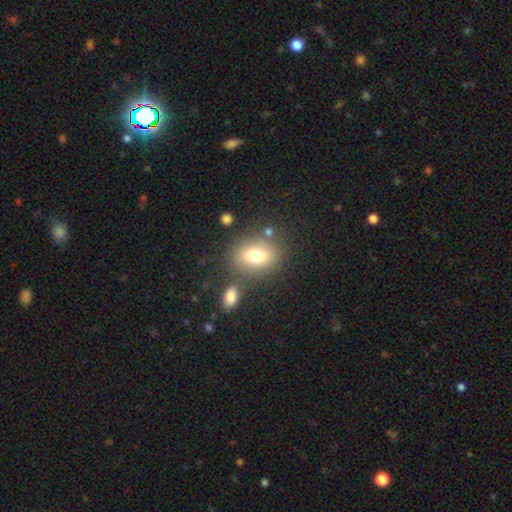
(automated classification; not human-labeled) smooth_or_featured: smooth (p=0.73) [alt: featured or disk p=0.15]
how_rounded: in between (p=0.54) [alt: round p=0.44]
merging: none (p=0.71) [alt: minor disturbance p=0.12]